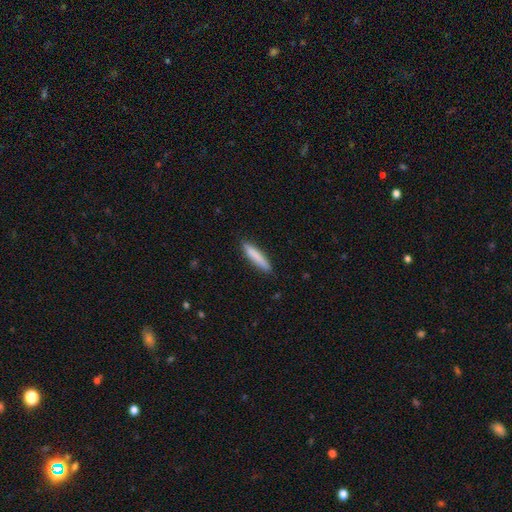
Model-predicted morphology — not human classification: Smooth or featured? smooth (83%)
How rounded? cigar-shaped (88%)
Merging? none (87%)